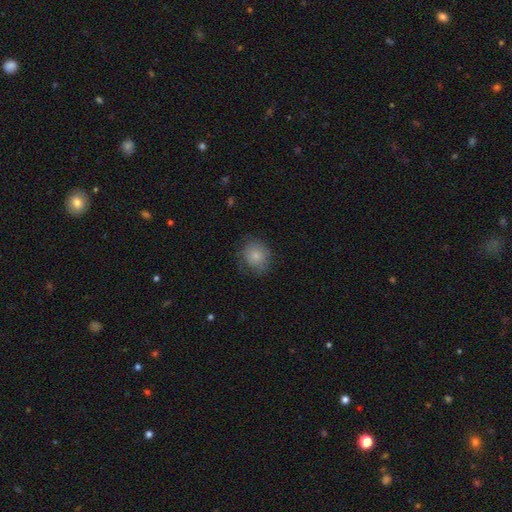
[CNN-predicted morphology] The model was most divided on "merging": none: 70%, minor disturbance: 21%, major disturbance: 8%, merger: 1%. More confident: smooth or featured — smooth (79%); how rounded — round (76%).